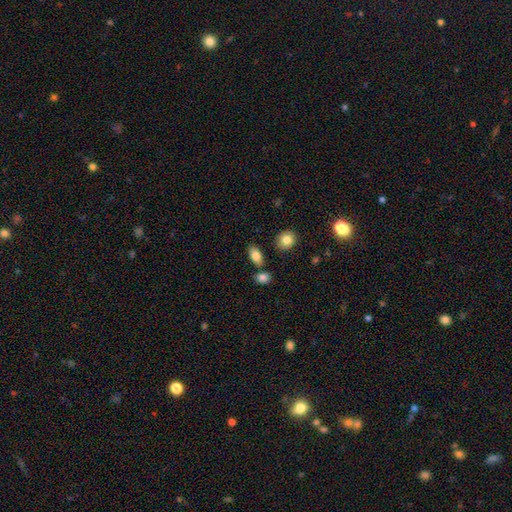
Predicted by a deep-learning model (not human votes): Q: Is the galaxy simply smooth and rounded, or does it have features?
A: smooth — 83%.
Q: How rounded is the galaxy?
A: in between — 88%.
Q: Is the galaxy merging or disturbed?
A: none — 76%.